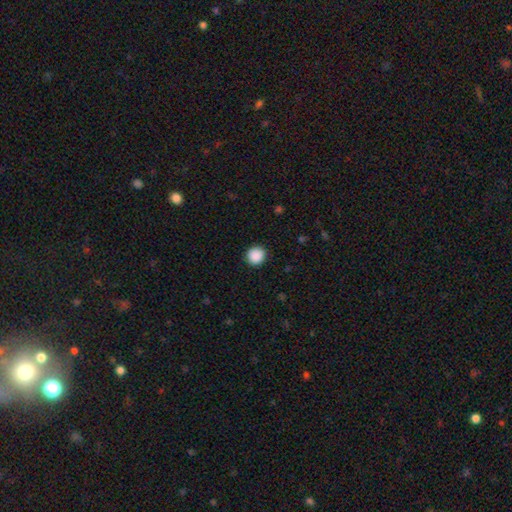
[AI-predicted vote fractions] smooth-or-featured: smooth: 89% | star or artifact: 8% | featured or disk: 2%
  how-rounded: round: 90% | in between: 9% | cigar-shaped: 1%
  merging: none: 91% | minor disturbance: 6% | major disturbance: 2% | merger: 1%